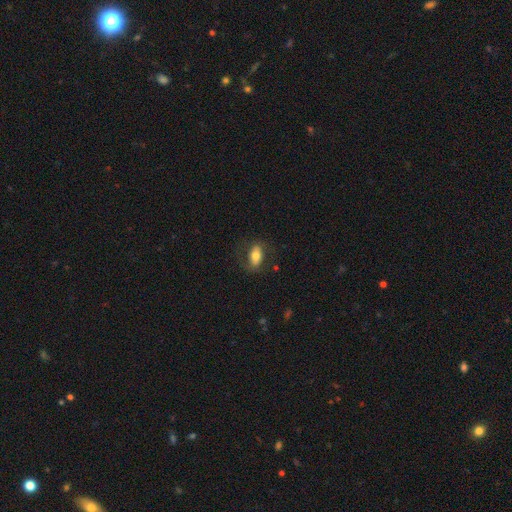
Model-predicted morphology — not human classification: smooth-or-featured: smooth: 72% | featured or disk: 21% | star or artifact: 7%
  how-rounded: in between: 88% | round: 7% | cigar-shaped: 5%
  merging: none: 74% | minor disturbance: 16% | major disturbance: 8% | merger: 1%